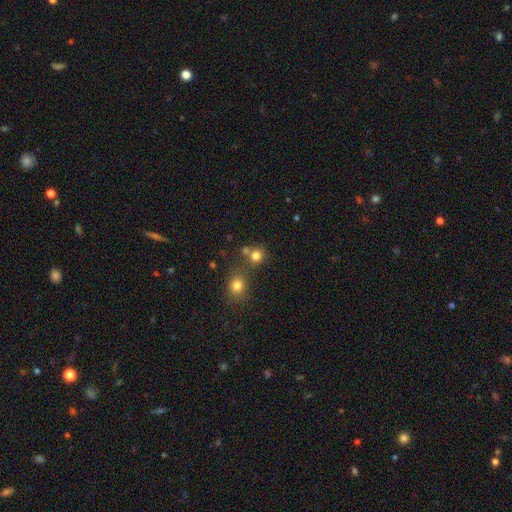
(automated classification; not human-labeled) Smooth or featured? smooth (78%)
How rounded? round (87%)
Merging? none (65%)